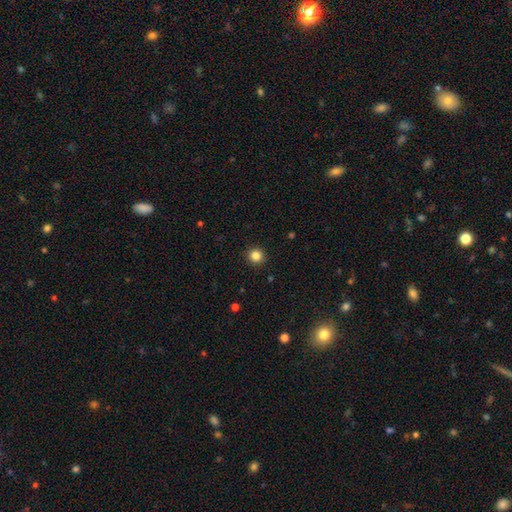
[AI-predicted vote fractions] A smooth galaxy with no disk features (83%) that is round (95%).

Vote fractions:
- Smooth or featured? smooth: 83% / star or artifact: 12% / featured or disk: 5%
- How rounded? round: 95% / in between: 4% / cigar-shaped: 1%
- Merging? none: 93% / minor disturbance: 5% / major disturbance: 2% / merger: 1%